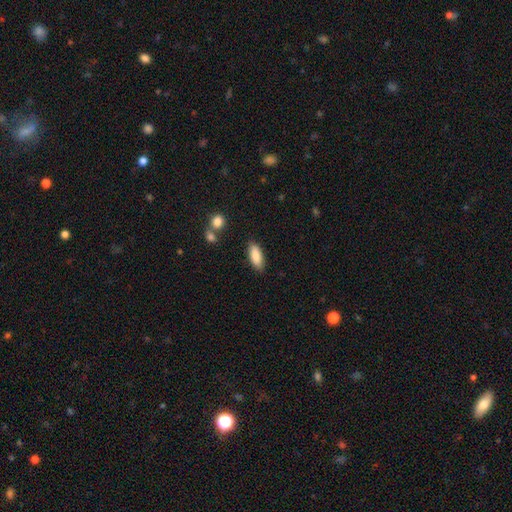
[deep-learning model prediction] A smooth galaxy with no disk features (86%) that is in between round and cigar-shaped (75%).

Vote fractions:
- Smooth or featured? smooth: 86% / featured or disk: 8% / star or artifact: 6%
- How rounded? in between: 75% / cigar-shaped: 23% / round: 2%
- Merging? none: 85% / minor disturbance: 10% / major disturbance: 2% / merger: 2%